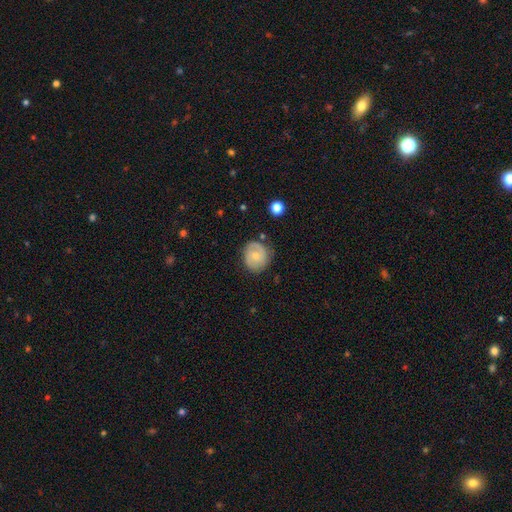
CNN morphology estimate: Overall: featured or disk (49%; smooth 43%). Merging: none (72%).